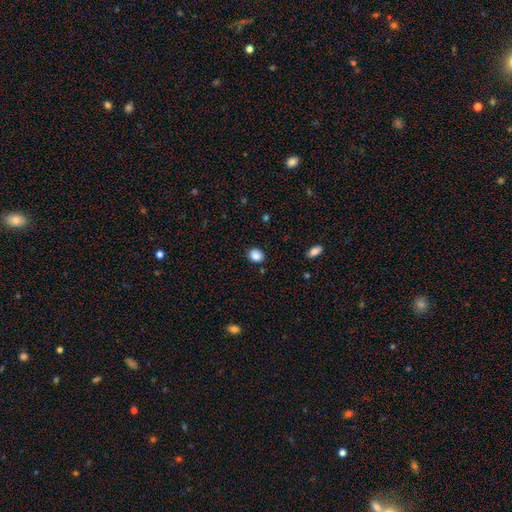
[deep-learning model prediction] This is clearly a smooth galaxy (87%). How rounded: likely round (61%). Merging: clearly none (87%).